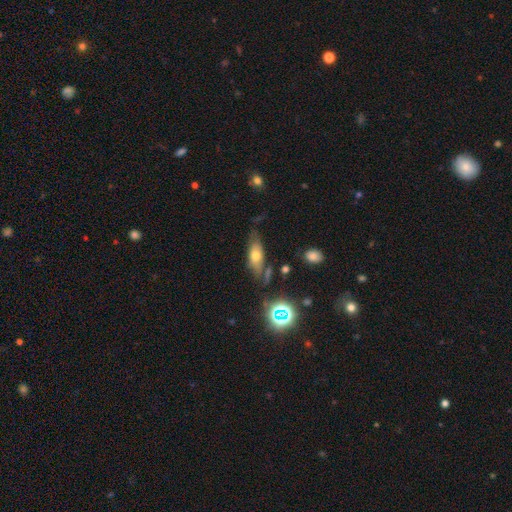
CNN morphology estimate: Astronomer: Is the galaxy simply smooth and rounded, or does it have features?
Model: smooth — 55% (runner-up: featured or disk, 31%).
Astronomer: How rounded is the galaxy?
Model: in between — 73%.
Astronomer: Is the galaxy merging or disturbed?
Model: none — 56%.